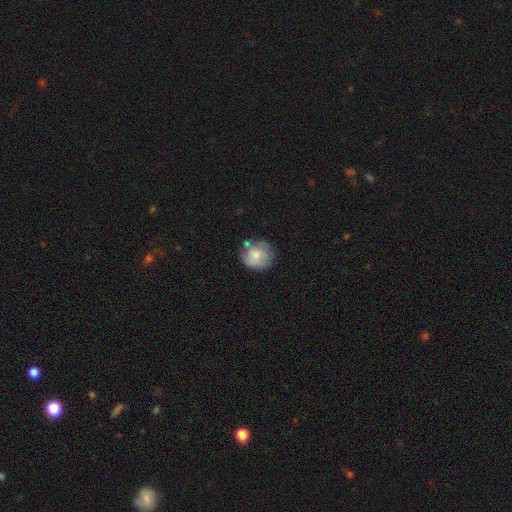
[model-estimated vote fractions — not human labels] This is likely a smooth galaxy (73%). How rounded: clearly round (86%). Merging: likely none (61%).